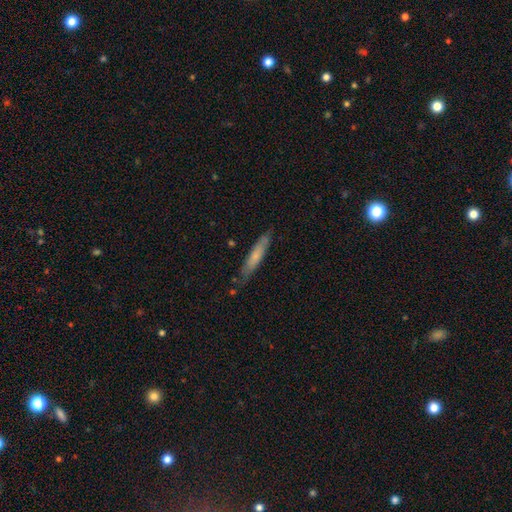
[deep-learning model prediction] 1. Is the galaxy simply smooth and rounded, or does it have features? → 66% smooth, 28% featured or disk, 6% star or artifact.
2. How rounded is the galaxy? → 88% cigar-shaped, 10% in between, 1% round.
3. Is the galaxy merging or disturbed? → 78% none, 17% minor disturbance, 3% major disturbance, 2% merger.